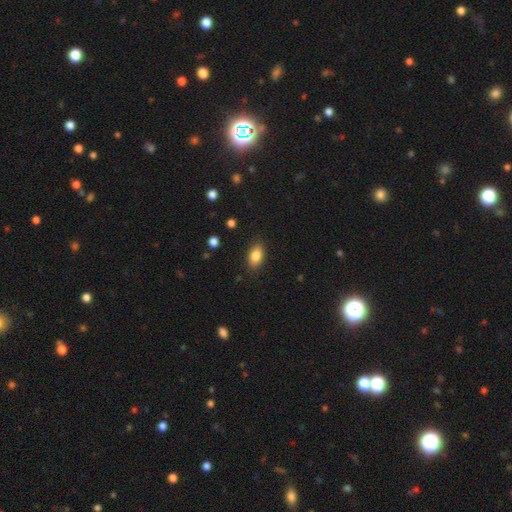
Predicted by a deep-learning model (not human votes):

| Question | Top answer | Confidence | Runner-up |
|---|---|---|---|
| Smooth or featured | smooth | 85% | star or artifact (8%) |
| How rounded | in between | 89% | round (7%) |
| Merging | none | 86% | minor disturbance (10%) |